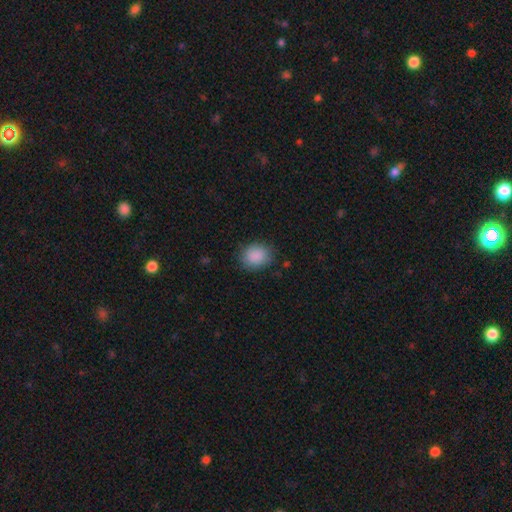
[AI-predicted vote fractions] Overall: smooth (89%). How rounded: round (62%; in between 37%). Merging: none (83%).